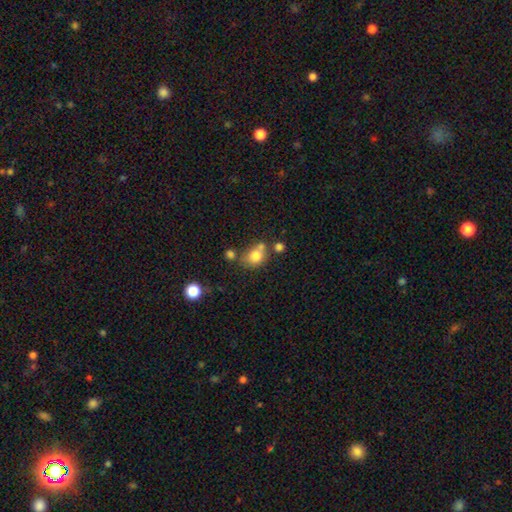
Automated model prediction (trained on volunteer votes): smooth 77%, featured or disk 12%, star or artifact 11%. Down the decision tree: how rounded — round (53%); merging — none (48%).